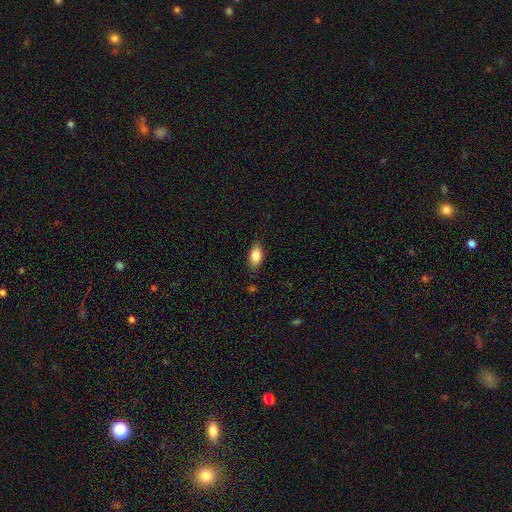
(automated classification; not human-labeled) Smooth or featured? Predicted: smooth (p=0.85). How rounded? Predicted: in between (p=0.90). Merging? Predicted: none (p=0.83).